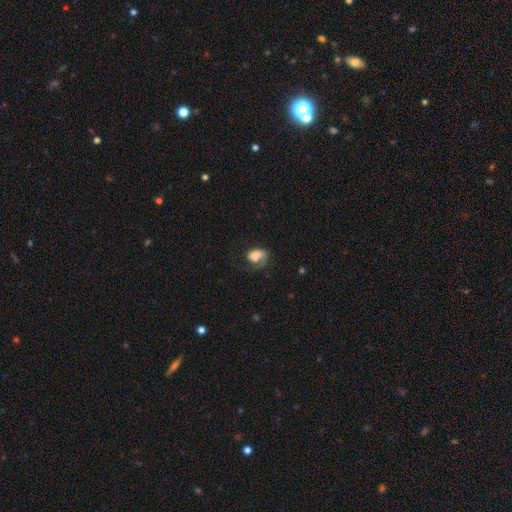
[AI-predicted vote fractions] smooth_or_featured: smooth (p=0.61) [alt: featured or disk p=0.30]
how_rounded: in between (p=0.79) [alt: round p=0.20]
merging: major disturbance (p=0.40) [alt: none p=0.34]